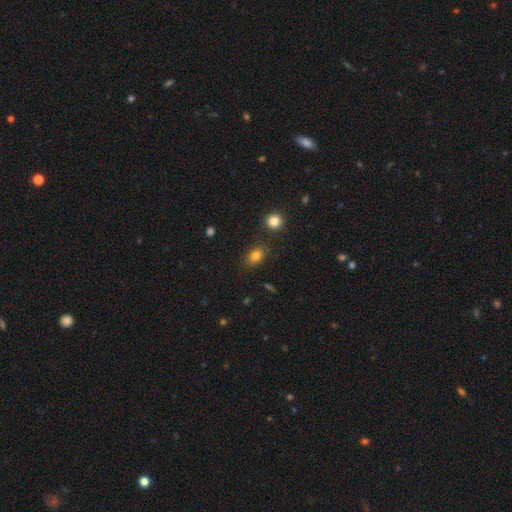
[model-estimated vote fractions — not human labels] A smooth galaxy with no disk features (81%) that is in between round and cigar-shaped (70%).

Vote fractions:
- Smooth or featured? smooth: 81% / star or artifact: 11% / featured or disk: 7%
- How rounded? in between: 70% / round: 28% / cigar-shaped: 2%
- Merging? none: 81% / minor disturbance: 12% / merger: 4% / major disturbance: 3%